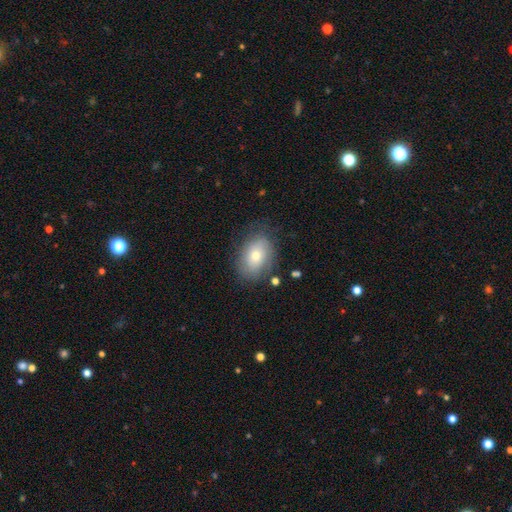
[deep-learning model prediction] Smooth or featured?
  - smooth: 69% *
  - featured or disk: 22%
  - star or artifact: 9%
How rounded?
  - in between: 77% *
  - round: 22%
  - cigar-shaped: 1%
Merging?
  - none: 74% *
  - minor disturbance: 18%
  - major disturbance: 6%
  - merger: 2%